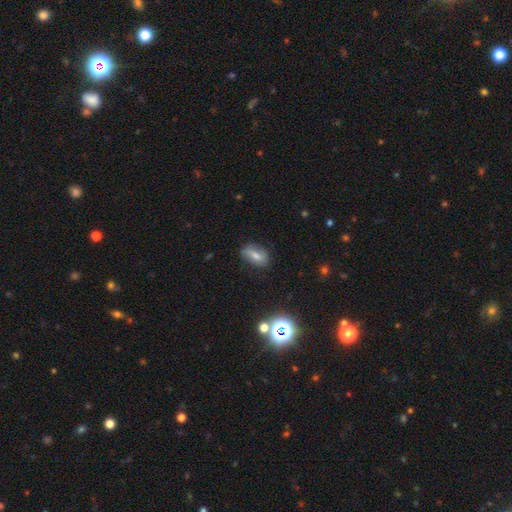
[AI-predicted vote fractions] Morphology: type=smooth (62%); roundness=in between (85%); merging=none (68%).